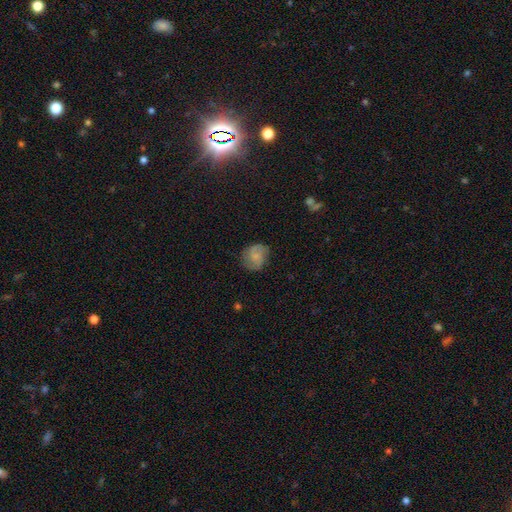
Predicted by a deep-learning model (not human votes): Smooth or featured? smooth (50%)
How rounded? round (70%)
Merging? none (70%)